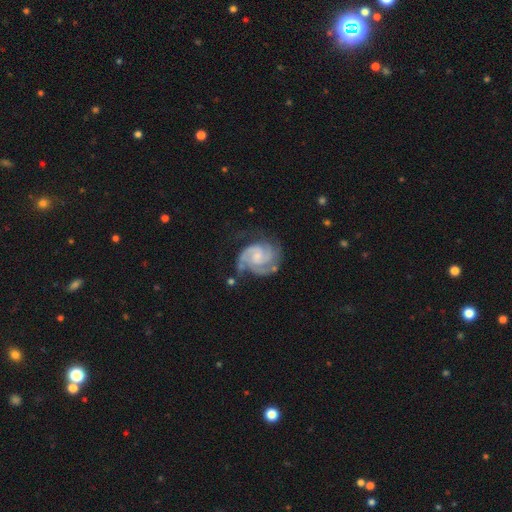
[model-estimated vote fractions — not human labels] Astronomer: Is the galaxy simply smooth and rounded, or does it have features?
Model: featured or disk — 90%.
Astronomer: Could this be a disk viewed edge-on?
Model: no — 98%.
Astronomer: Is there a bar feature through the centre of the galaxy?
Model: no — 59% (runner-up: weak, 35%).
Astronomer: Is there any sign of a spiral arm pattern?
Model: yes — 98%.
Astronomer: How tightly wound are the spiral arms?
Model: tight — 57% (runner-up: medium, 37%).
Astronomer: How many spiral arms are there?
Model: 2 — 51% (runner-up: 3, 31%).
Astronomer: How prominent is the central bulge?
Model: small — 58%.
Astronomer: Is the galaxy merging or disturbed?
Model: none — 63%.